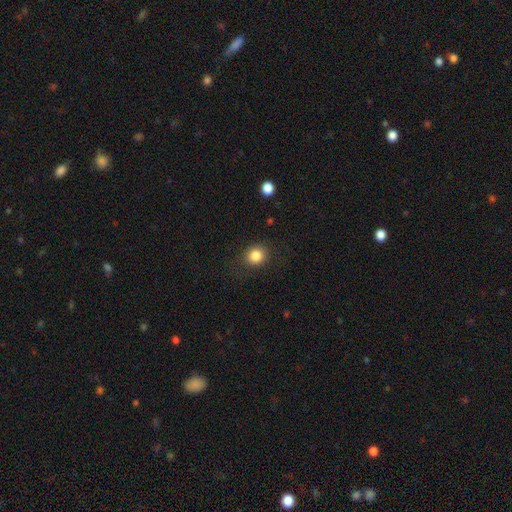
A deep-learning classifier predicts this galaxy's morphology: This appears to be a smooth galaxy with no disk features (84%) that is round (77%). Merging: none (83%).